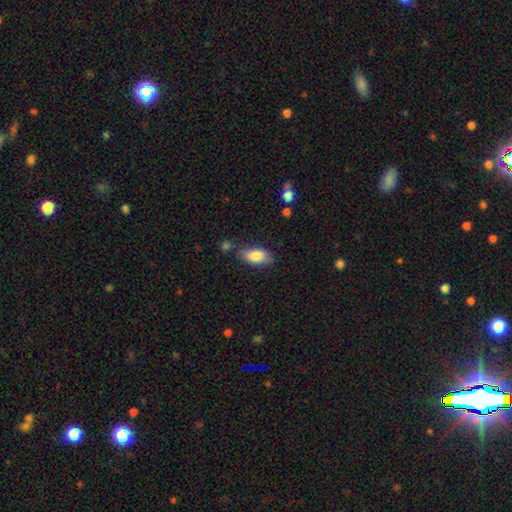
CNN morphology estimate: Smooth or featured? smooth (82%)
How rounded? in between (89%)
Merging? none (71%)